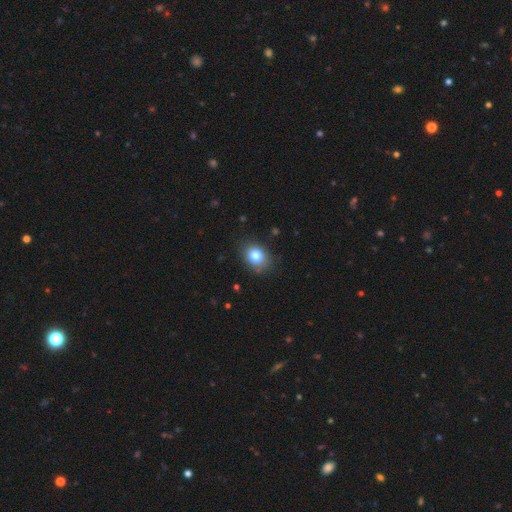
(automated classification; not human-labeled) The model was most divided on "how rounded": round: 50%, in between: 49%, cigar-shaped: 1%. More confident: merging — none (83%); smooth or featured — smooth (80%).